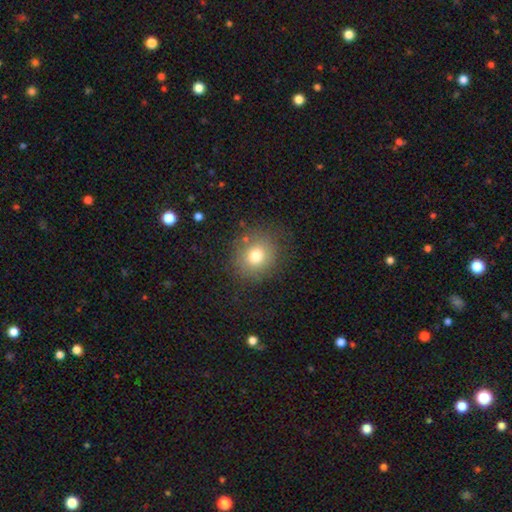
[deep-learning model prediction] Overall: smooth (76%). How rounded: round (83%). Merging: none (81%).